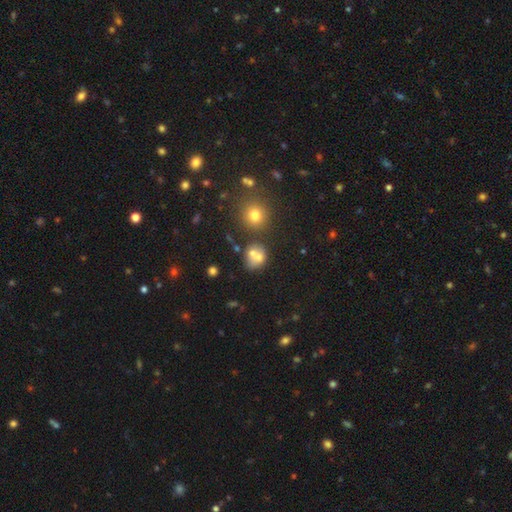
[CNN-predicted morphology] This appears to be a smooth galaxy with no disk features (65%) that is round (64%). Merging: merger (44%).